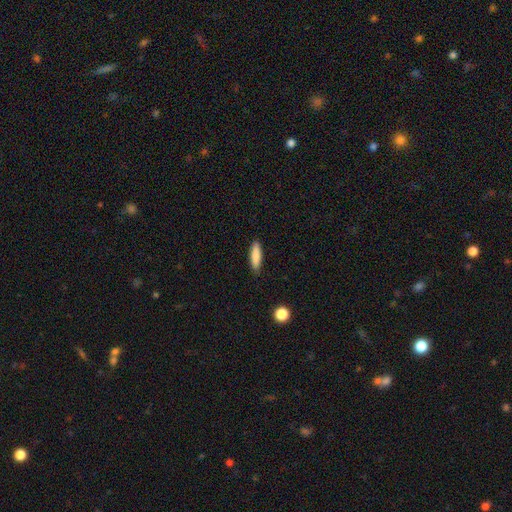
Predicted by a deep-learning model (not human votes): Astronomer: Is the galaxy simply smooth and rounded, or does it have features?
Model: smooth — 84%.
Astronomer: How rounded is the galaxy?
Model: cigar-shaped — 65%.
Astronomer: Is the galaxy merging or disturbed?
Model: none — 87%.